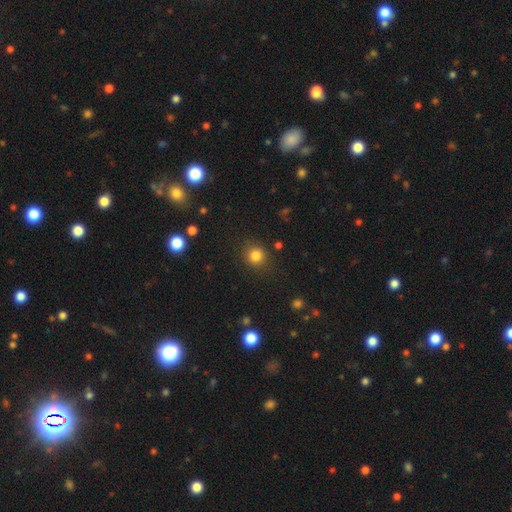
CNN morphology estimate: Q: Smooth or featured?
A: smooth (82%); runner-up: star or artifact (13%)
Q: How rounded?
A: round (88%); runner-up: in between (11%)
Q: Merging?
A: none (86%); runner-up: minor disturbance (9%)